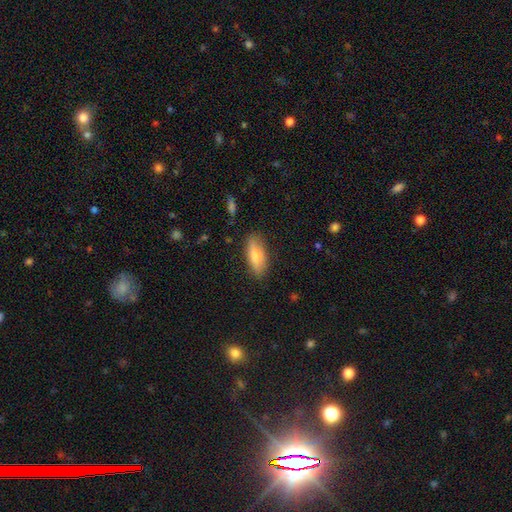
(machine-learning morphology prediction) Smooth or featured?
  - smooth: 71% *
  - featured or disk: 23%
  - star or artifact: 7%
How rounded?
  - in between: 66% *
  - cigar-shaped: 31%
  - round: 3%
Merging?
  - none: 85% *
  - minor disturbance: 12%
  - major disturbance: 2%
  - merger: 1%